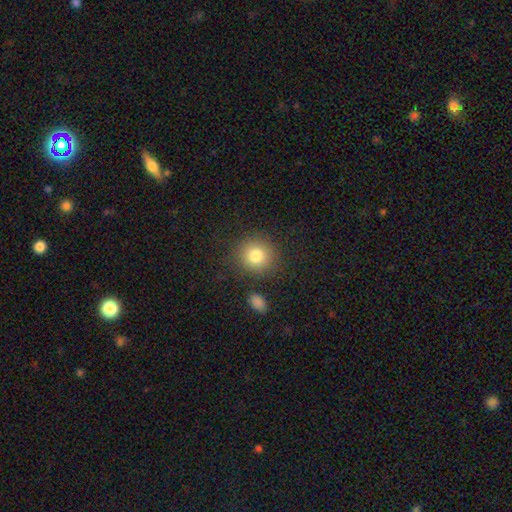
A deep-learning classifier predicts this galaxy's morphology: A smooth galaxy with no disk features (81%) that is round (88%).

Vote fractions:
- Smooth or featured? smooth: 81% / star or artifact: 11% / featured or disk: 8%
- How rounded? round: 88% / in between: 11% / cigar-shaped: 1%
- Merging? none: 85% / minor disturbance: 9% / major disturbance: 4% / merger: 3%